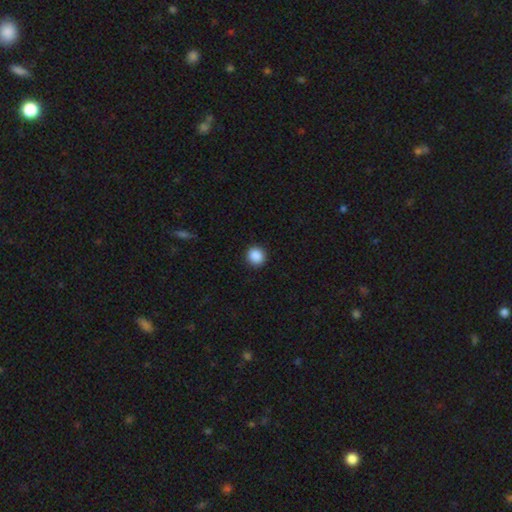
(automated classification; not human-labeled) Smooth or featured? smooth (89%)
How rounded? round (90%)
Merging? none (92%)